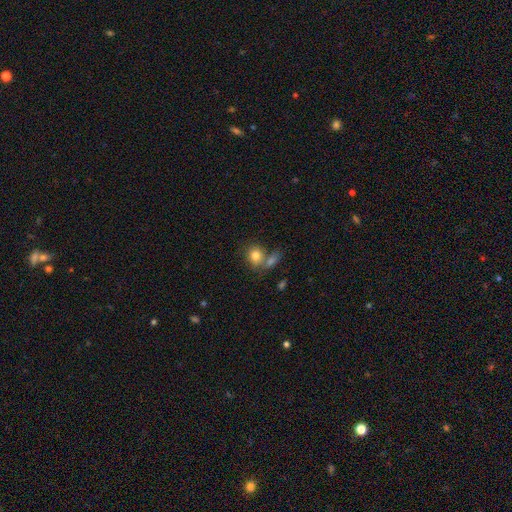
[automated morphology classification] type=smooth (80%); roundness=round (72%); merging=none (50%).